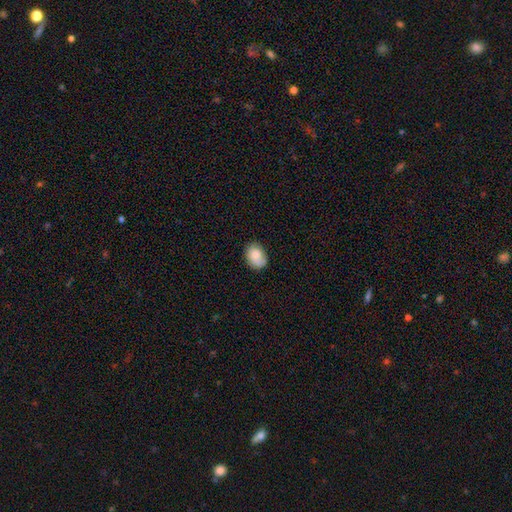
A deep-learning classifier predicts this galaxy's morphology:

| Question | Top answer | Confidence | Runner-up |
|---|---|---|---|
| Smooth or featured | smooth | 78% | featured or disk (15%) |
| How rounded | in between | 69% | round (30%) |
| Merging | none | 71% | minor disturbance (22%) |